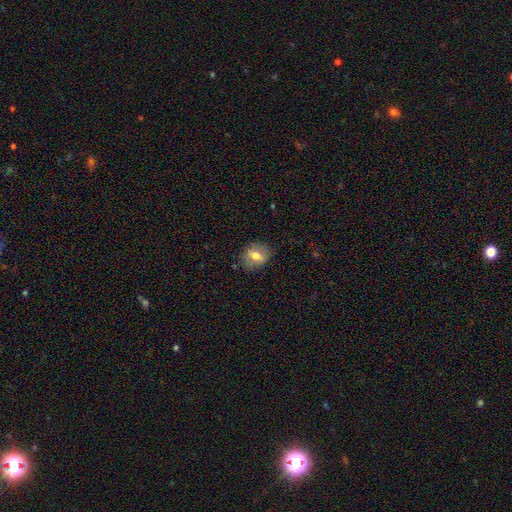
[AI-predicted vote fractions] Overall: smooth (61%; featured or disk 30%). How rounded: round (50%; in between 48%). Merging: none (80%).